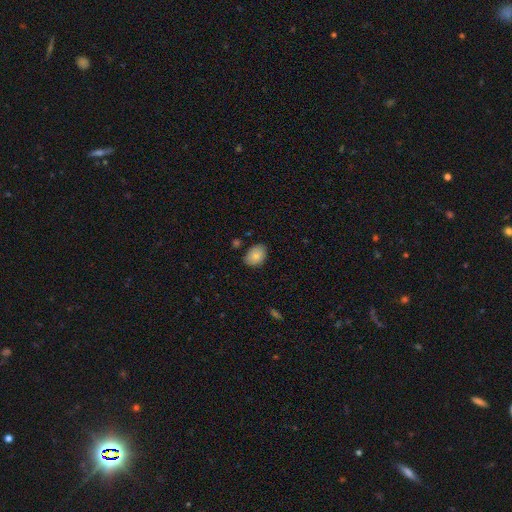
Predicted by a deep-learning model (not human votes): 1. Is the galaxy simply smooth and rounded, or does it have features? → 86% smooth, 7% star or artifact, 7% featured or disk.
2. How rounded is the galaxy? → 74% in between, 25% round, 1% cigar-shaped.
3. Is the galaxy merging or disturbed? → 78% none, 17% minor disturbance, 3% major disturbance, 2% merger.